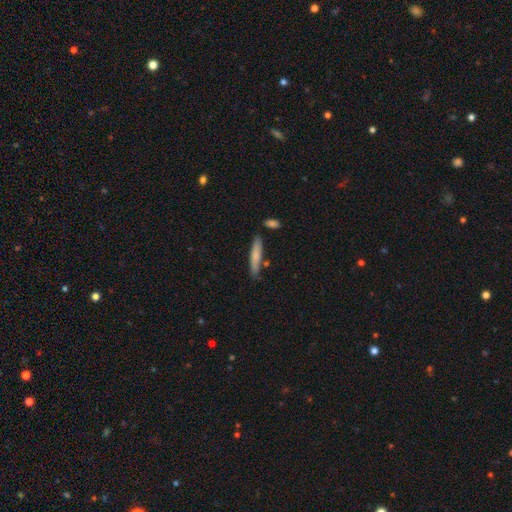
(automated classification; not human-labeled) Smooth or featured? smooth (75%)
How rounded? cigar-shaped (89%)
Merging? none (79%)